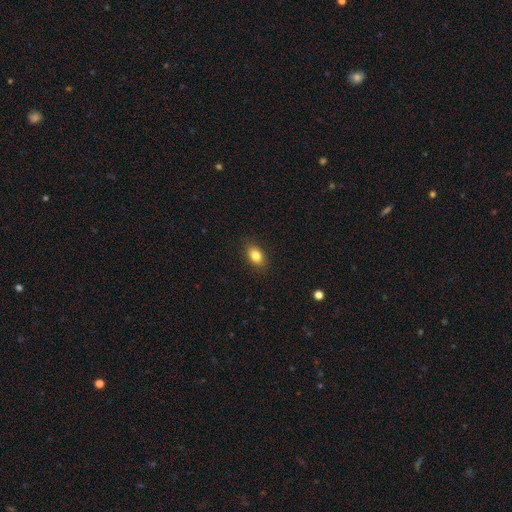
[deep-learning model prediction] Morphology: type=smooth (82%); roundness=in between (79%); merging=none (88%).